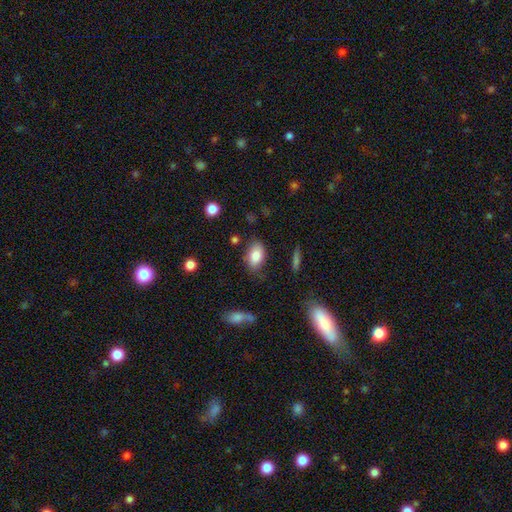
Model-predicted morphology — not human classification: Smooth or featured: smooth — 83% (featured or disk — 10%)
How rounded: in between — 91% (round — 7%)
Merging: none — 74% (minor disturbance — 19%)